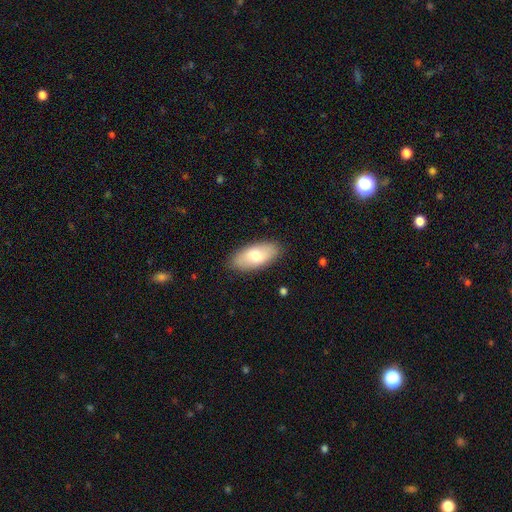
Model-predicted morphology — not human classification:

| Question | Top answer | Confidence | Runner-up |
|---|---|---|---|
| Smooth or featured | smooth | 72% | featured or disk (22%) |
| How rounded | in between | 90% | cigar-shaped (7%) |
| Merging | none | 87% | minor disturbance (10%) |